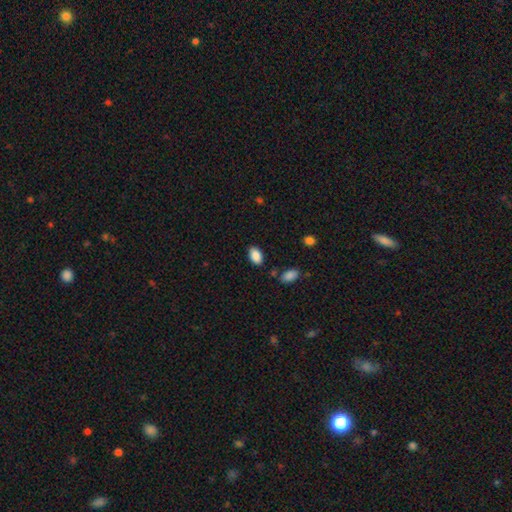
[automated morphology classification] Smooth or featured?
  - smooth: 88% *
  - star or artifact: 7%
  - featured or disk: 4%
How rounded?
  - in between: 92% *
  - round: 7%
  - cigar-shaped: 2%
Merging?
  - none: 82% *
  - minor disturbance: 12%
  - merger: 3%
  - major disturbance: 3%